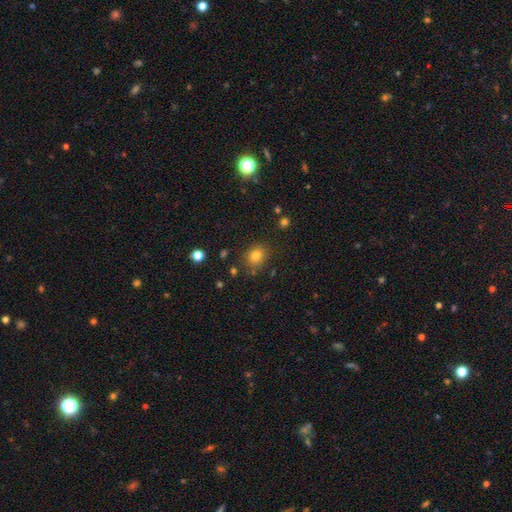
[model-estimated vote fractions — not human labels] This is likely a smooth galaxy (79%). How rounded: possibly round (59%). Merging: clearly none (81%).